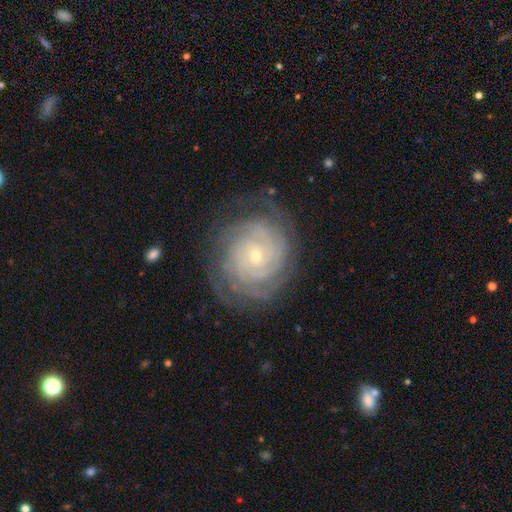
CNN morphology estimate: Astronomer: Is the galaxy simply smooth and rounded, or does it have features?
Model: featured or disk — 88%.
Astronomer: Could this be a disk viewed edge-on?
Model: no — 98%.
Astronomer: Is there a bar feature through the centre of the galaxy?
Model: no — 68%.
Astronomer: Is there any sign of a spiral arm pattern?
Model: yes — 98%.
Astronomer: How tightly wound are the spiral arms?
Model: tight — 84%.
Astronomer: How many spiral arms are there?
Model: can't tell — 27% (runner-up: 4, 24%).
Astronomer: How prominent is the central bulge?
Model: small — 79%.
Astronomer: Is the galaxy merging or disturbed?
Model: none — 78%.